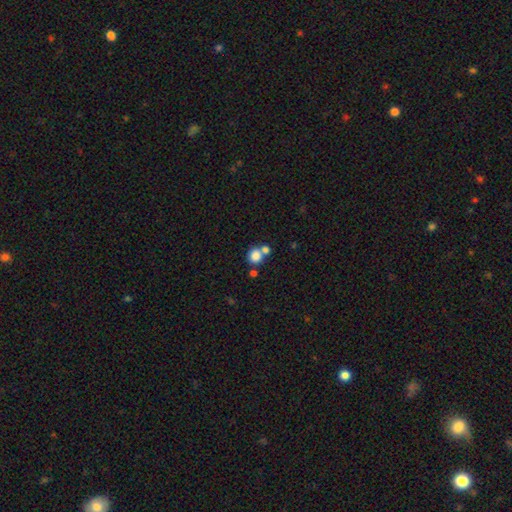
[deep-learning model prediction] Q: Smooth or featured?
A: smooth (83%); runner-up: star or artifact (10%)
Q: How rounded?
A: round (85%); runner-up: in between (14%)
Q: Merging?
A: none (51%); runner-up: merger (37%)